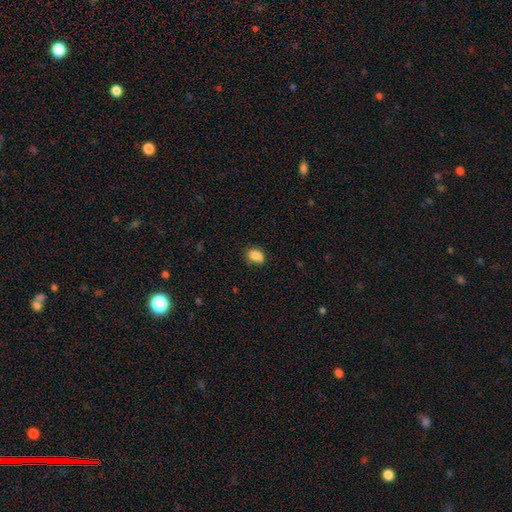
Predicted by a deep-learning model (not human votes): Smooth or featured? Predicted: smooth (p=0.83). How rounded? Predicted: in between (p=0.67). Merging? Predicted: none (p=0.55).